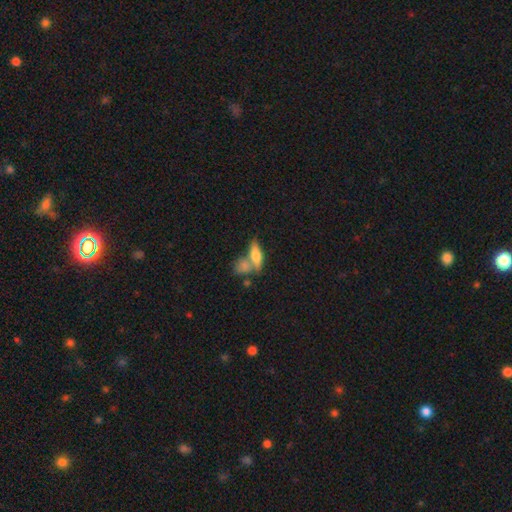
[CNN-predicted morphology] This is likely a smooth galaxy (64%). How rounded: possibly in between (58%). Merging: possibly none (46%).